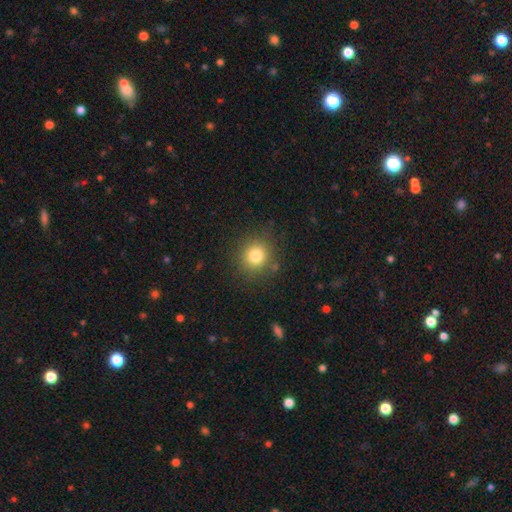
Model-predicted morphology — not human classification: smooth-or-featured: smooth: 80% | star or artifact: 13% | featured or disk: 7%
  how-rounded: round: 89% | in between: 10% | cigar-shaped: 1%
  merging: none: 86% | minor disturbance: 9% | major disturbance: 3% | merger: 2%